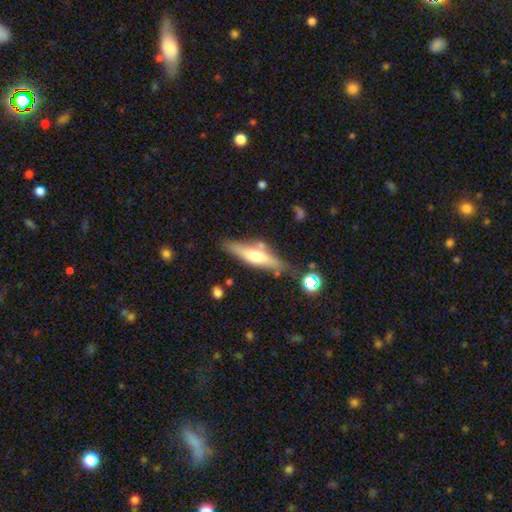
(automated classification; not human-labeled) This appears to be a featured or disk galaxy (51%) viewed edge-on (88%). Merging: none (74%).